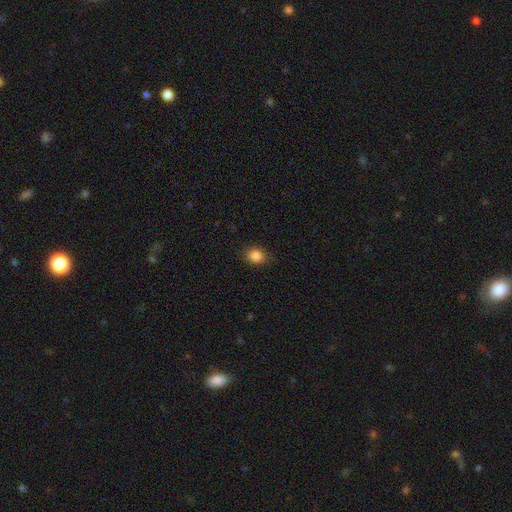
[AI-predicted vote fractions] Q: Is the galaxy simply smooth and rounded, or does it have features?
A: smooth — 85%.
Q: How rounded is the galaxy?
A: round — 59%.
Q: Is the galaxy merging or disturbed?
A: none — 86%.